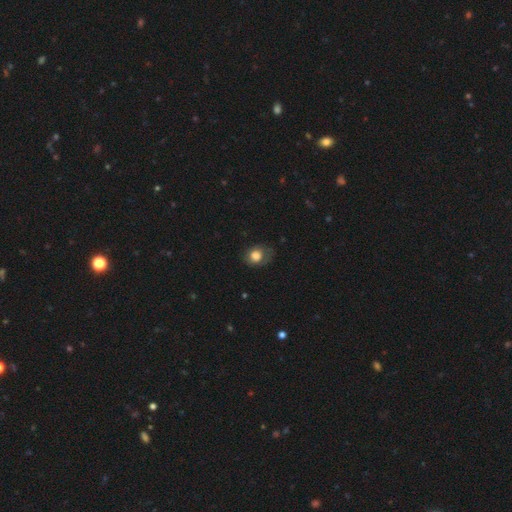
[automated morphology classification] Overall: smooth (76%). How rounded: round (56%; in between 44%). Merging: none (57%; minor disturbance 27%).